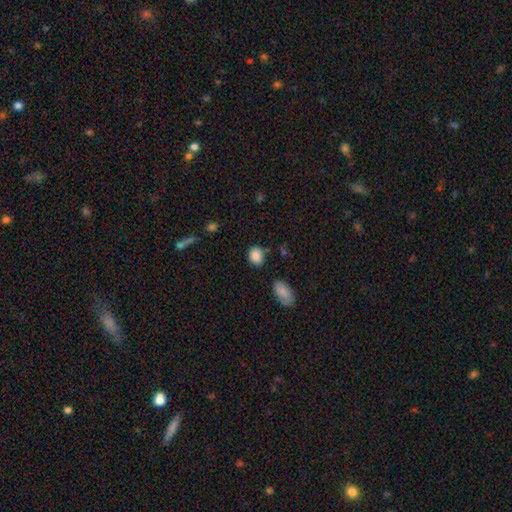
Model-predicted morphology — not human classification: smooth_or_featured: smooth (p=0.86) [alt: star or artifact p=0.09]
how_rounded: in between (p=0.52) [alt: round p=0.46]
merging: none (p=0.74) [alt: minor disturbance p=0.18]